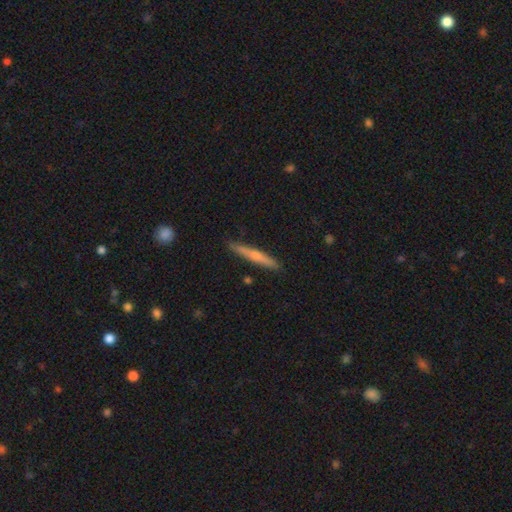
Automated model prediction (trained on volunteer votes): The model was most divided on "smooth or featured": smooth: 56%, featured or disk: 39%, star or artifact: 6%. More confident: how rounded — cigar-shaped (95%); merging — none (87%).